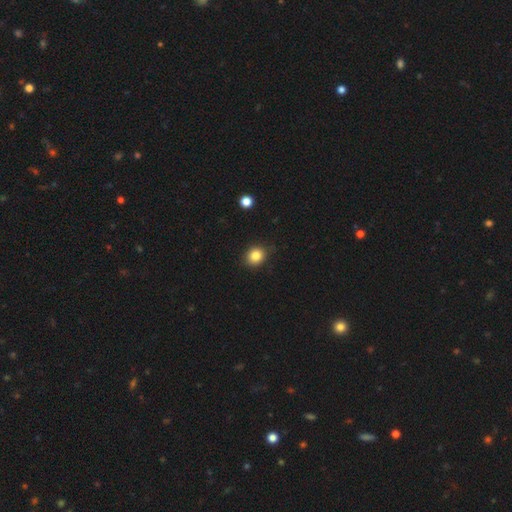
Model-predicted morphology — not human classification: Smooth or featured? Predicted: smooth (p=0.83). How rounded? Predicted: round (p=0.72). Merging? Predicted: none (p=0.86).